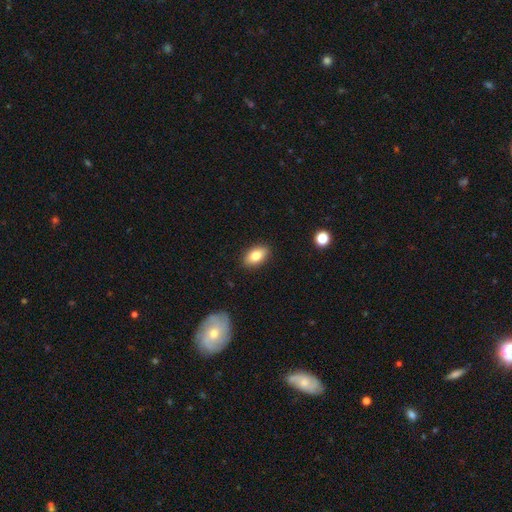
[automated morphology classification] The model was most divided on "smooth or featured": smooth: 81%, featured or disk: 12%, star or artifact: 8%. More confident: how rounded — in between (90%); merging — none (88%).